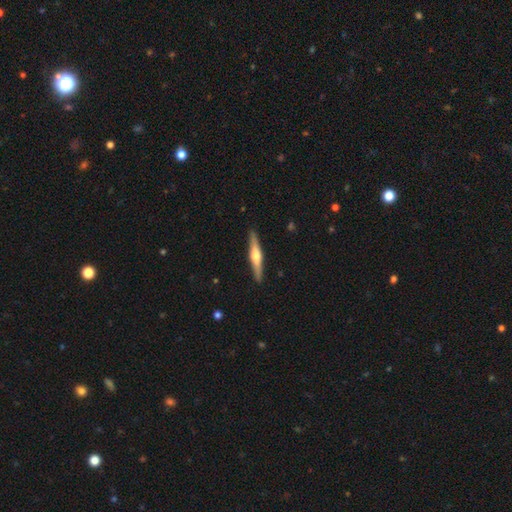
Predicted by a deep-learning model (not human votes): This appears to be a featured or disk galaxy (63%) viewed edge-on (97%) with a rounded central bulge (90%). Merging: none (90%).